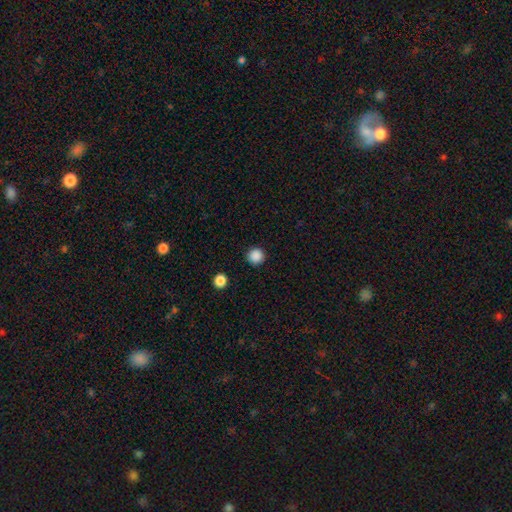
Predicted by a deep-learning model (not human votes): Overall: smooth (87%). How rounded: round (96%). Merging: none (92%).